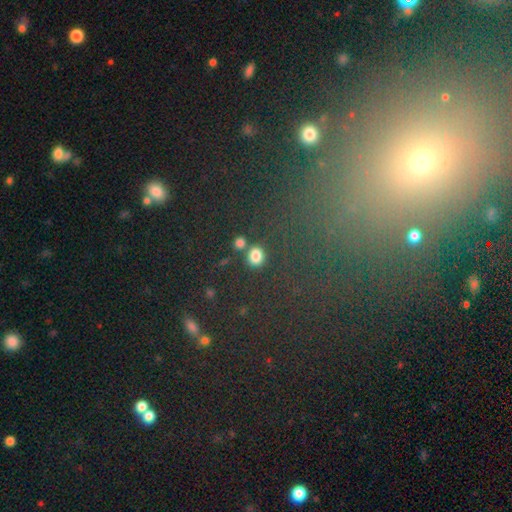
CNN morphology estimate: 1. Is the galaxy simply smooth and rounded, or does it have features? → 81% smooth, 14% star or artifact, 5% featured or disk.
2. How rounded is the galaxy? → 72% round, 27% in between, 1% cigar-shaped.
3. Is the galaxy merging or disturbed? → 71% none, 15% merger, 10% minor disturbance, 4% major disturbance.